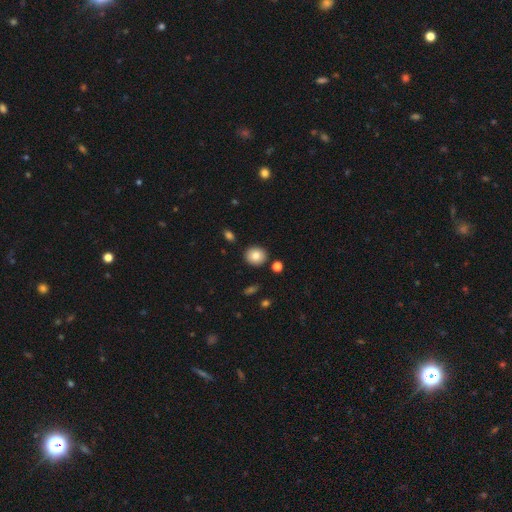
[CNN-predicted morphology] A smooth galaxy with no disk features (82%) that is round (81%).

Vote fractions:
- Smooth or featured? smooth: 82% / star or artifact: 9% / featured or disk: 9%
- How rounded? round: 81% / in between: 18% / cigar-shaped: 1%
- Merging? none: 88% / minor disturbance: 7% / merger: 3% / major disturbance: 2%